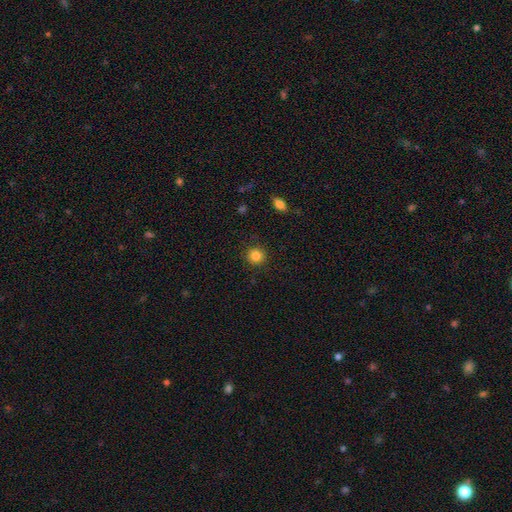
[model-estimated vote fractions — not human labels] A smooth galaxy with no disk features (85%) that is round (93%). Merging: none (91%).